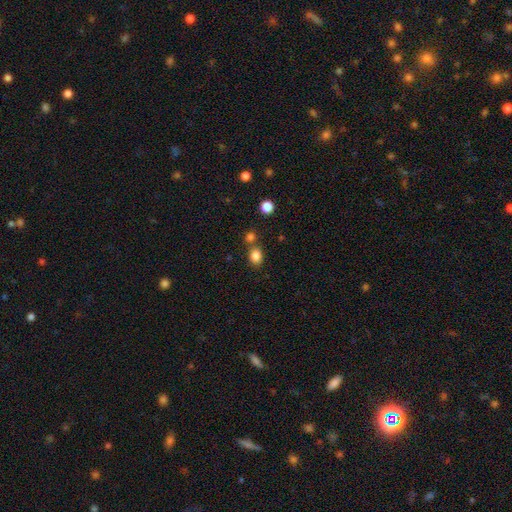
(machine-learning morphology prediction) This is clearly a smooth galaxy (84%). How rounded: possibly in between (56%). Merging: likely none (67%).